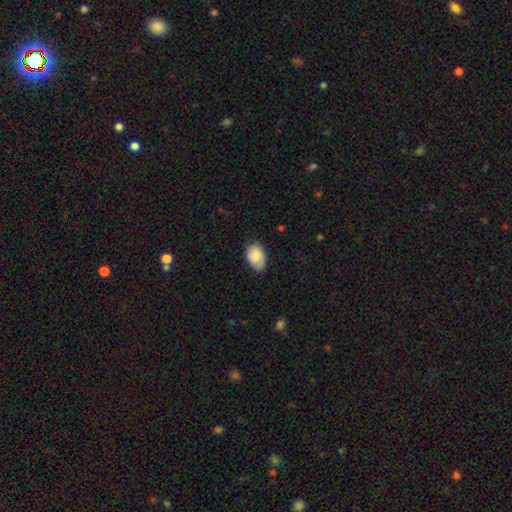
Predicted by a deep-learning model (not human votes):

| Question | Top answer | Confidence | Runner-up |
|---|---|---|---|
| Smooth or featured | smooth | 84% | featured or disk (10%) |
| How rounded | in between | 85% | round (14%) |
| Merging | none | 70% | minor disturbance (24%) |